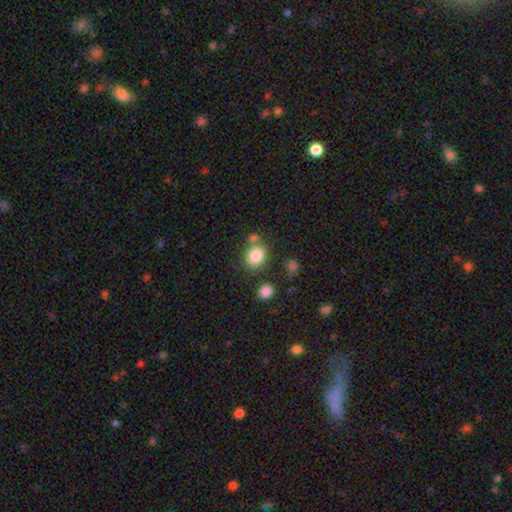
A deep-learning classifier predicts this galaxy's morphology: A smooth galaxy with no disk features (83%) that is round (61%).

Vote fractions:
- Smooth or featured? smooth: 83% / star or artifact: 10% / featured or disk: 8%
- How rounded? round: 61% / in between: 39% / cigar-shaped: 1%
- Merging? none: 66% / merger: 17% / minor disturbance: 13% / major disturbance: 5%